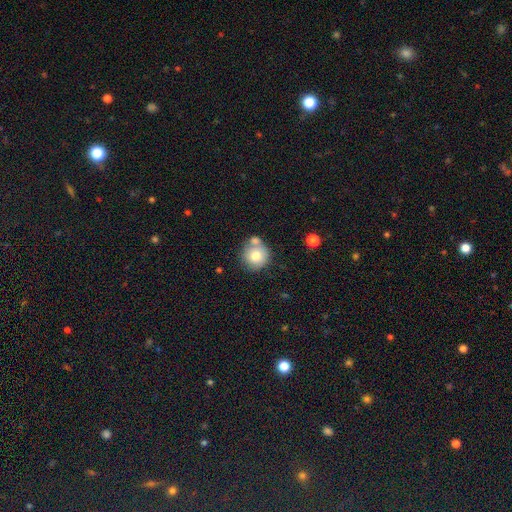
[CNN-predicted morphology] Smooth or featured?
  - smooth: 74% *
  - featured or disk: 17%
  - star or artifact: 9%
How rounded?
  - round: 92% *
  - in between: 7%
  - cigar-shaped: 1%
Merging?
  - none: 56% *
  - merger: 28%
  - minor disturbance: 12%
  - major disturbance: 4%